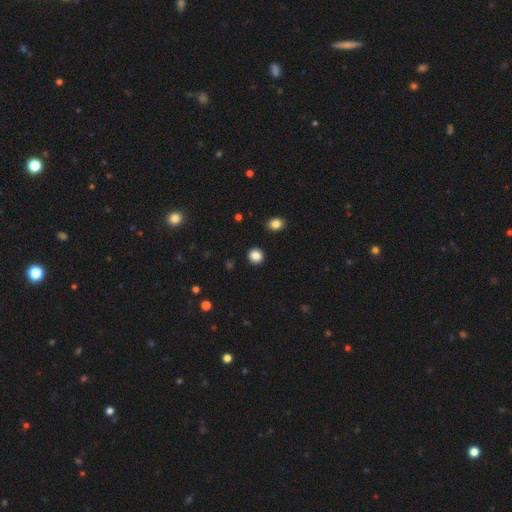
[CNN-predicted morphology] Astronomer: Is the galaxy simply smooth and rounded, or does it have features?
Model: smooth — 86%.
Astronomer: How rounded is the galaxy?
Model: round — 89%.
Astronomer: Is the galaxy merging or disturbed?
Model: none — 92%.